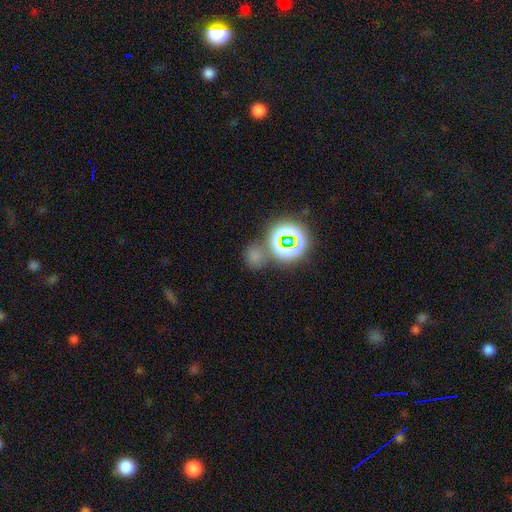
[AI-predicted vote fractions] A smooth galaxy with no disk features (55%) that is round (77%). Merging: none (65%).